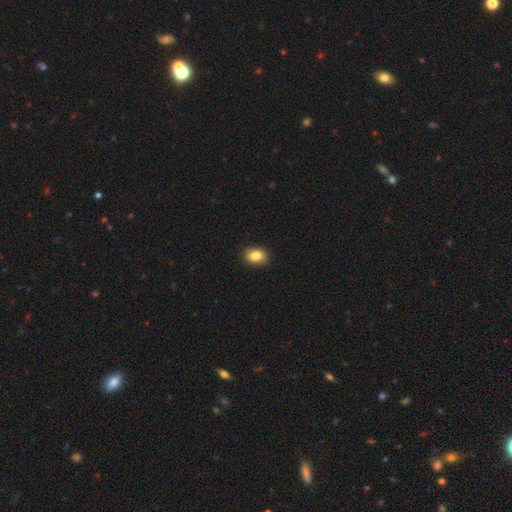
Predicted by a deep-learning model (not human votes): A smooth galaxy with no disk features (86%) that is in between round and cigar-shaped (76%). Merging: none (89%).